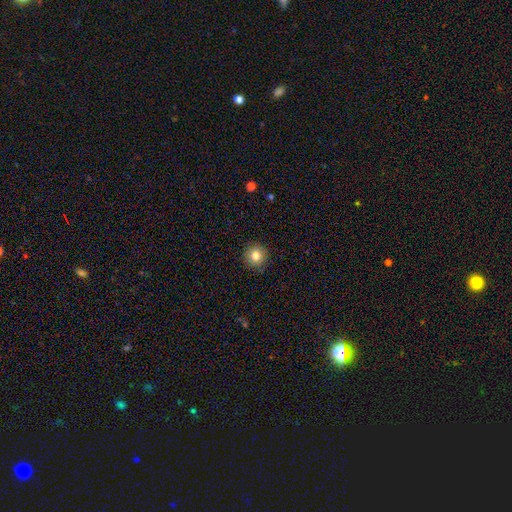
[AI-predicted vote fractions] This is clearly a smooth galaxy (82%). How rounded: clearly round (95%). Merging: clearly none (91%).